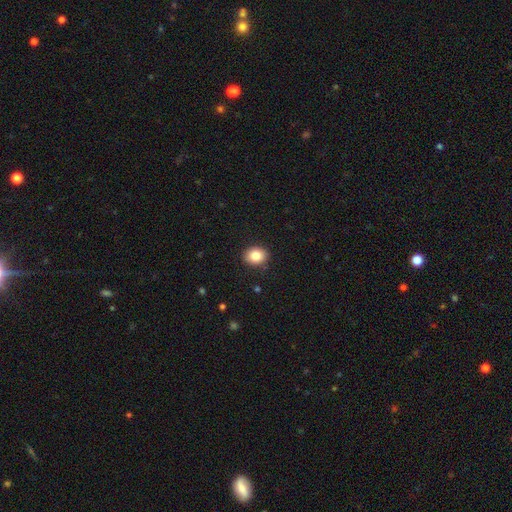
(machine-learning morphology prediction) smooth 84%, star or artifact 9%, featured or disk 7%. Down the decision tree: how rounded — in between (53%); merging — none (89%).